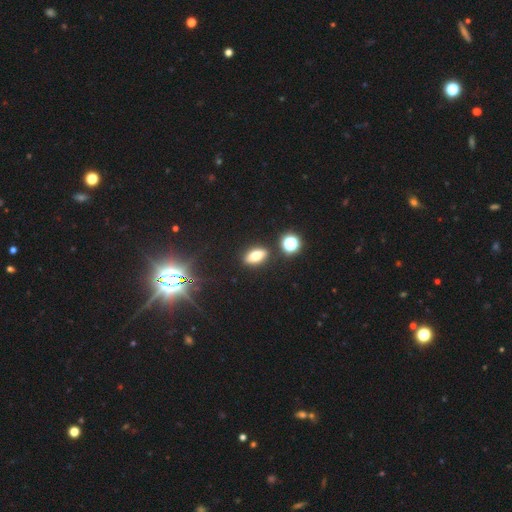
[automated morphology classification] type=smooth (66%); roundness=in between (77%); merging=none (86%).